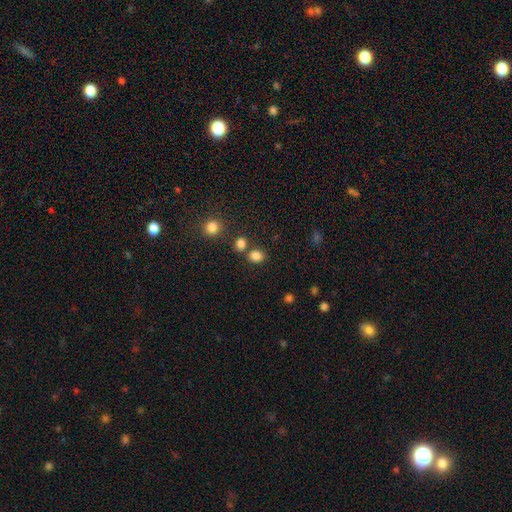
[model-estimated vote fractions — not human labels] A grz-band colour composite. It shows a smooth galaxy with no disk features (83%) that is round (52%). Merging: none (68%).